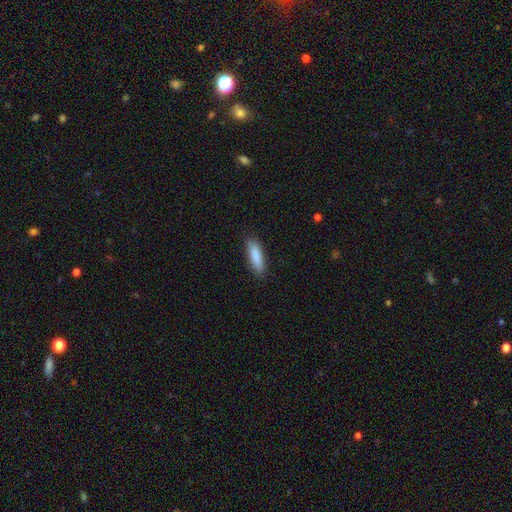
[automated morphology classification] A smooth galaxy with no disk features (87%) that is cigar-shaped (56%). Merging: none (84%).